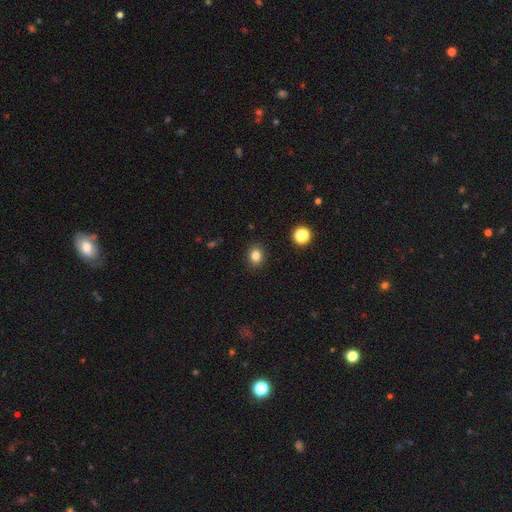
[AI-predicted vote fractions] A smooth galaxy with no disk features (82%) that is round (62%). Merging: none (90%).